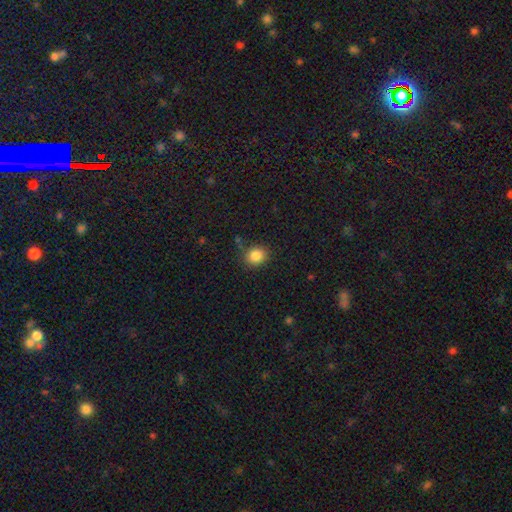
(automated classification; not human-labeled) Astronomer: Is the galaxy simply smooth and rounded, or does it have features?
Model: smooth — 85%.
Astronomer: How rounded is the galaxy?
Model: round — 71%.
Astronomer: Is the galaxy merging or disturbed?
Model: none — 83%.